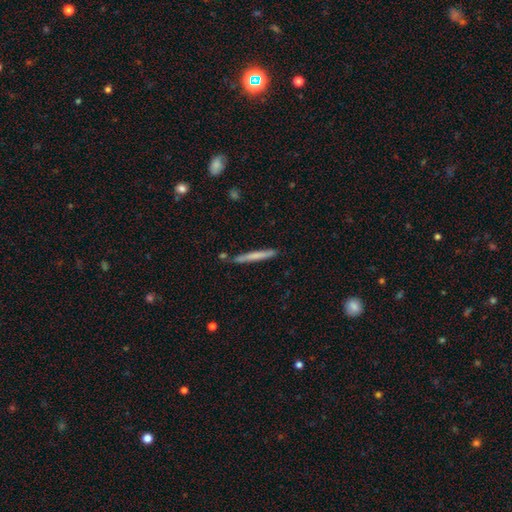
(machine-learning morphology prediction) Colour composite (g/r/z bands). It shows a smooth galaxy with no disk features (62%) that is cigar-shaped (96%). Merging: none (83%).